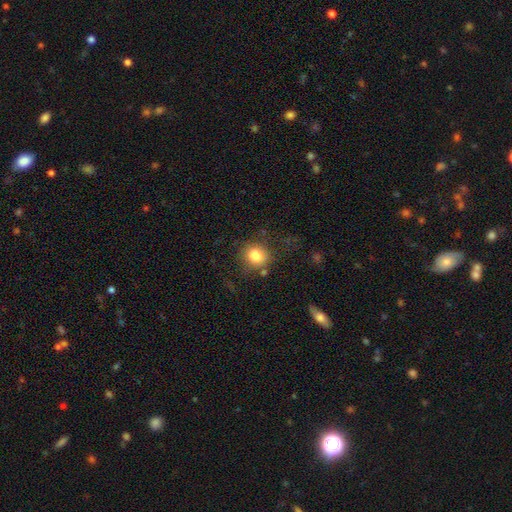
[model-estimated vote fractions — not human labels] This is clearly a smooth galaxy (82%). How rounded: likely round (77%). Merging: likely none (74%).